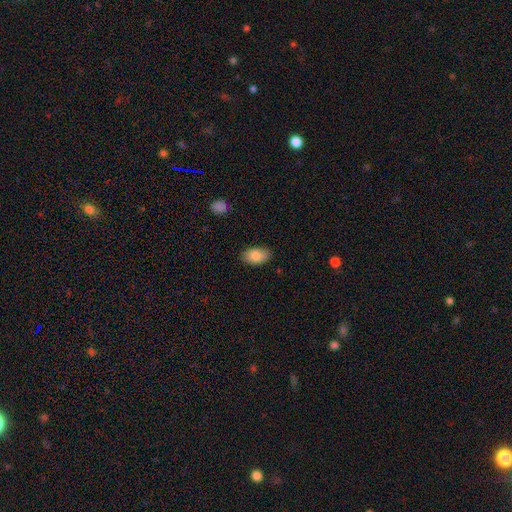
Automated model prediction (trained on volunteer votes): This appears to be a smooth galaxy with no disk features (85%) that is in between round and cigar-shaped (93%). Merging: none (84%).